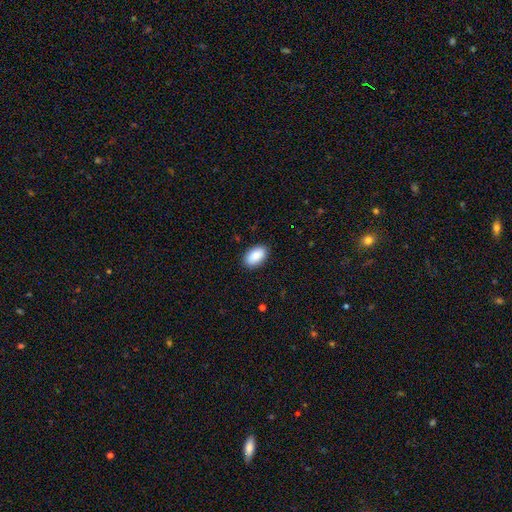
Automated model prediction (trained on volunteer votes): smooth 90%, star or artifact 6%, featured or disk 4%. Down the decision tree: how rounded — in between (94%); merging — none (89%).